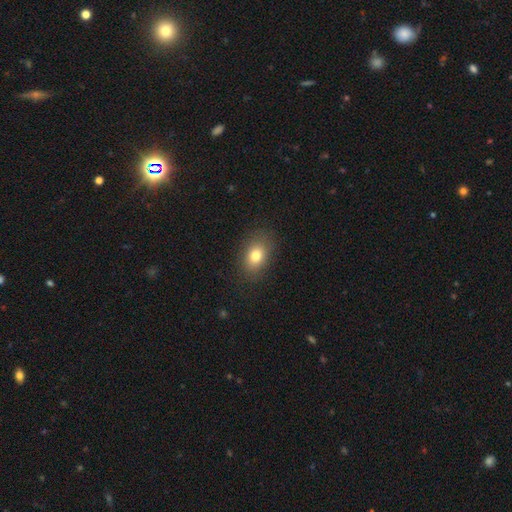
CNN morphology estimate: Smooth or featured? smooth (79%)
How rounded? in between (75%)
Merging? none (85%)